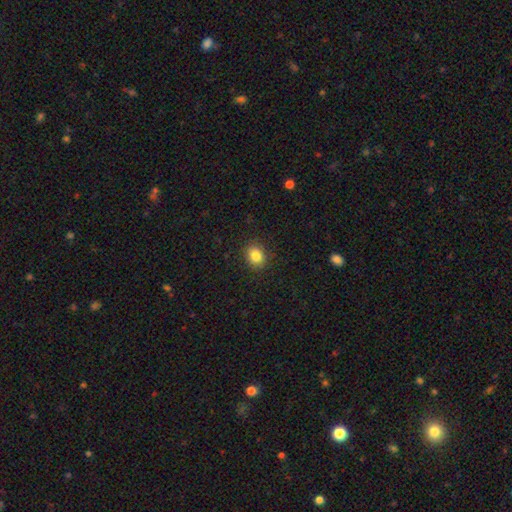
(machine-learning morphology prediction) Smooth or featured? Predicted: smooth (p=0.84). How rounded? Predicted: round (p=0.54). Merging? Predicted: none (p=0.88).